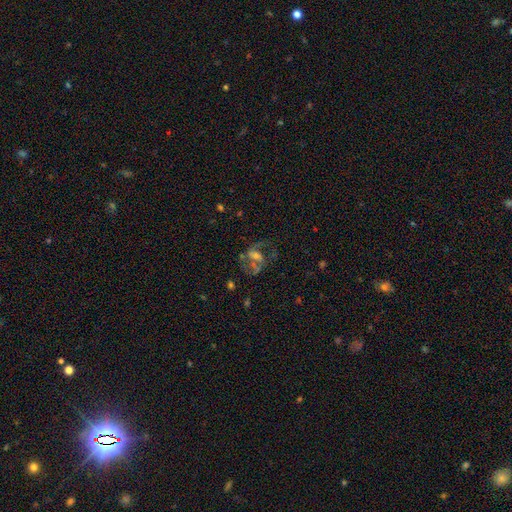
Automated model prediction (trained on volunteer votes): A featured or disk galaxy (67%) with a weak bar (42%), spiral arms (71%) and a moderate central bulge (40%).

Vote fractions:
- Smooth or featured? featured or disk: 67% / smooth: 22% / star or artifact: 12%
- Edge-on disk? no: 97% / yes: 3%
- Bar? weak: 42% / no: 35% / strong: 23%
- Spiral arms? yes: 71% / no: 29%
- Bulge size? moderate: 40% / small: 36% / none: 13% / large: 10% / dominant: 2%
- Merging? none: 45% / major disturbance: 33% / minor disturbance: 17% / merger: 6%